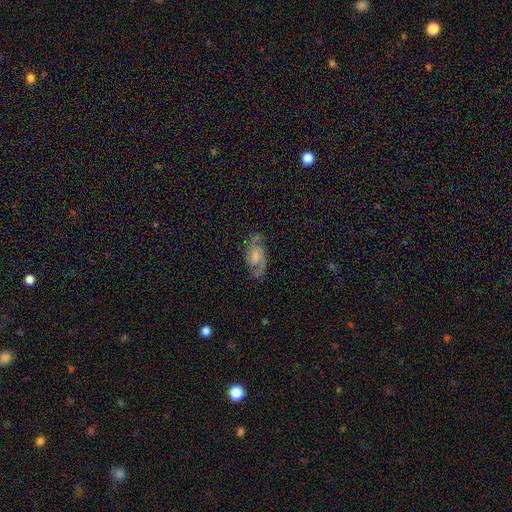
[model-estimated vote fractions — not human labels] Smooth or featured: featured or disk — 76% (smooth — 16%)
Edge-on disk: no — 96% (yes — 4%)
Bar: weak — 46% (no — 45%)
Spiral arms: yes — 94% (no — 6%)
Spiral winding: medium — 53% (tight — 27%)
Spiral arm count: 2 — 85% (can't tell — 7%)
Bulge size: none — 32% (tied with small — 32%)
Merging: none — 69% (minor disturbance — 20%)